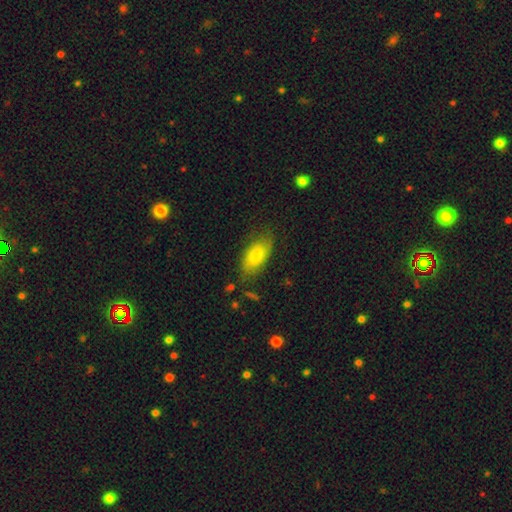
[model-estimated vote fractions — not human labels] A smooth galaxy with no disk features (67%) that is in between round and cigar-shaped (90%). Merging: none (65%).